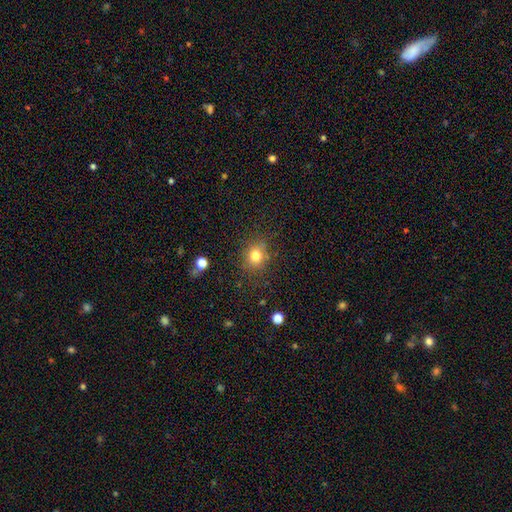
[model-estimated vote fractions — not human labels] The model was most divided on "how rounded": round: 78%, in between: 21%, cigar-shaped: 1%. More confident: merging — none (81%); smooth or featured — smooth (79%).